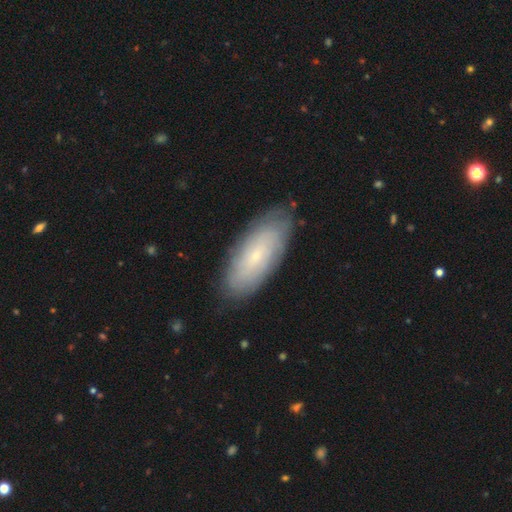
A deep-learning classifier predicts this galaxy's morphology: Smooth or featured? featured or disk (49%)
Merging? none (83%)